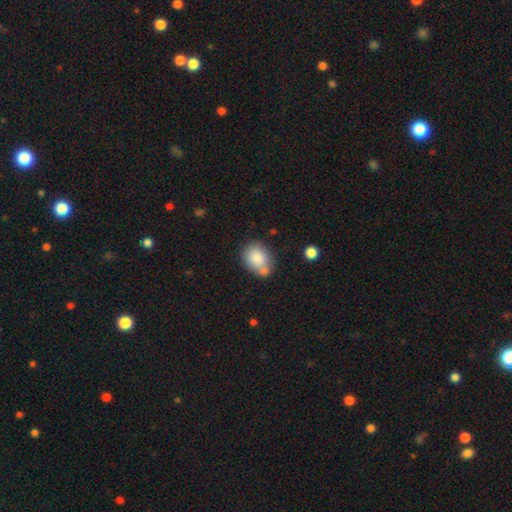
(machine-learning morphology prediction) Overall: smooth (83%). How rounded: in between (50%; round 49%). Merging: none (51%; merger 26%).